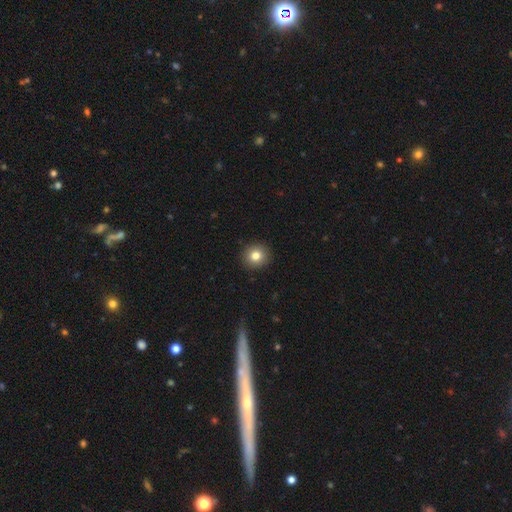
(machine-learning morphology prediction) smooth_or_featured: smooth (p=0.81) [alt: star or artifact p=0.11]
how_rounded: round (p=0.91) [alt: in between p=0.09]
merging: none (p=0.92) [alt: minor disturbance p=0.05]